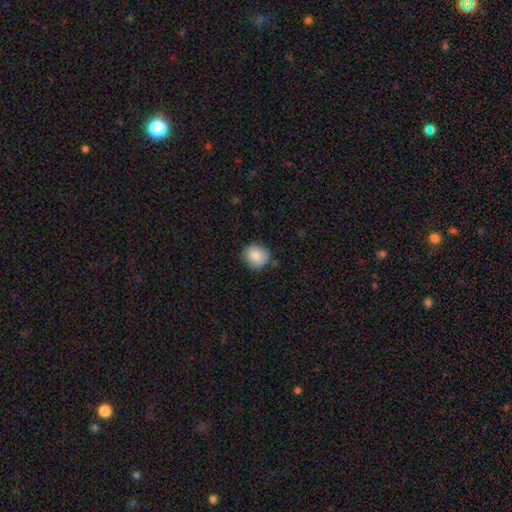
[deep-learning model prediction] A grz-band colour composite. It shows a smooth galaxy with no disk features (85%) that is round (87%). Merging: none (80%).